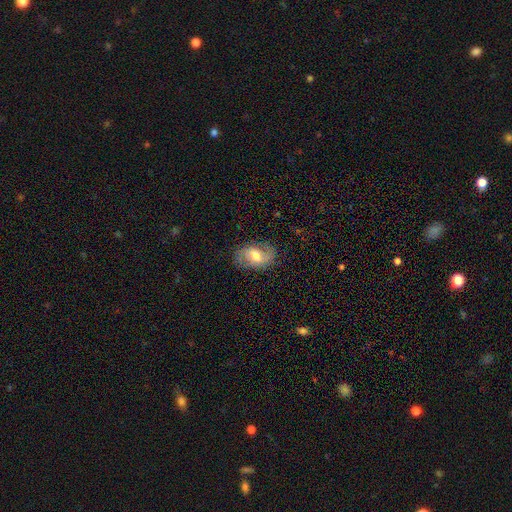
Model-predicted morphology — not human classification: smooth-or-featured: featured or disk: 56% | smooth: 36% | star or artifact: 8%
  disk-edge-on: no: 95% | yes: 5%
    bar: weak: 47% | no: 37% | strong: 16%
    has-spiral-arms: yes: 78% | no: 22%
    bulge-size: moderate: 71% | small: 13% | large: 13% | none: 1% | dominant: 1%
  merging: none: 74% | minor disturbance: 18% | major disturbance: 7% | merger: 1%